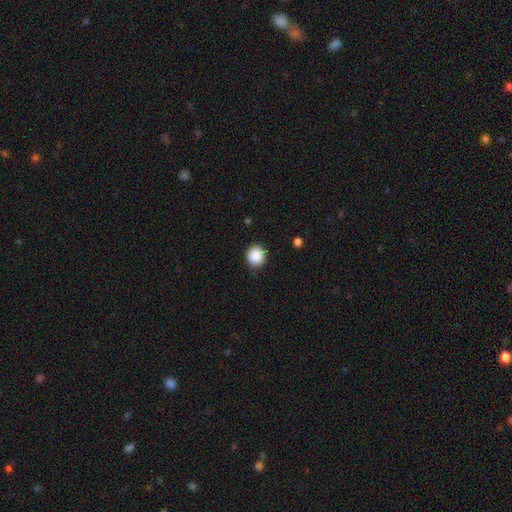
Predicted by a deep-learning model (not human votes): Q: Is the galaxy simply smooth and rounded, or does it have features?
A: smooth — 88%.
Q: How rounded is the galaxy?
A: round — 91%.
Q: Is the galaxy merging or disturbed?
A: none — 88%.